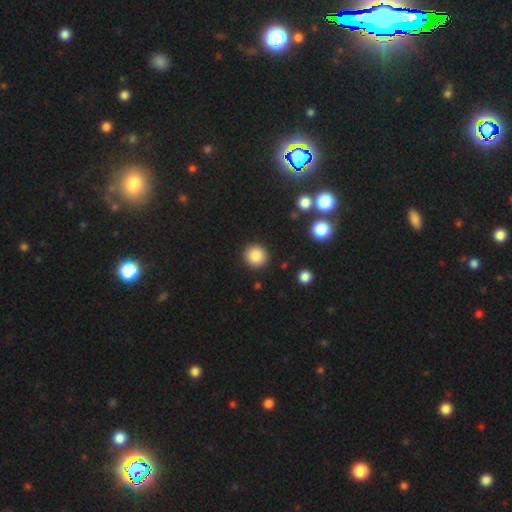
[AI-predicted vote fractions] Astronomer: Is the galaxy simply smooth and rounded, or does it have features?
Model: smooth — 86%.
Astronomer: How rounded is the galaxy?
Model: round — 94%.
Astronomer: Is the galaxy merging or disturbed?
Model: none — 91%.